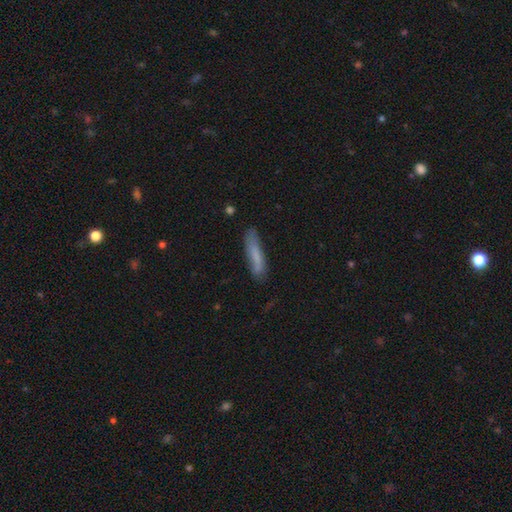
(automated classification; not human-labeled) Smooth or featured: smooth — 70% (featured or disk — 23%)
How rounded: cigar-shaped — 84% (in between — 15%)
Merging: none — 73% (minor disturbance — 20%)